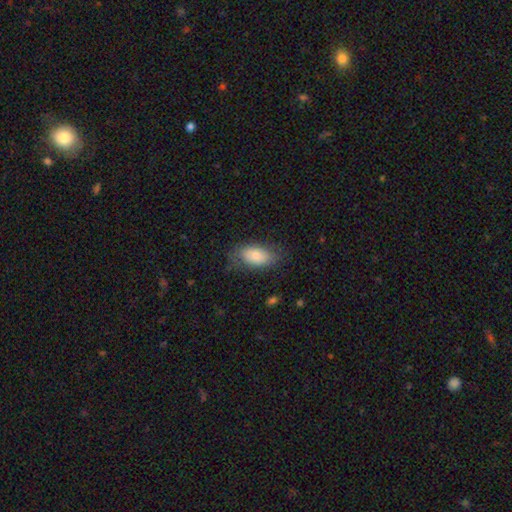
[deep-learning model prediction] Smooth or featured?
  - smooth: 77% *
  - featured or disk: 16%
  - star or artifact: 7%
How rounded?
  - in between: 92% *
  - round: 5%
  - cigar-shaped: 3%
Merging?
  - none: 69% *
  - minor disturbance: 22%
  - major disturbance: 8%
  - merger: 1%